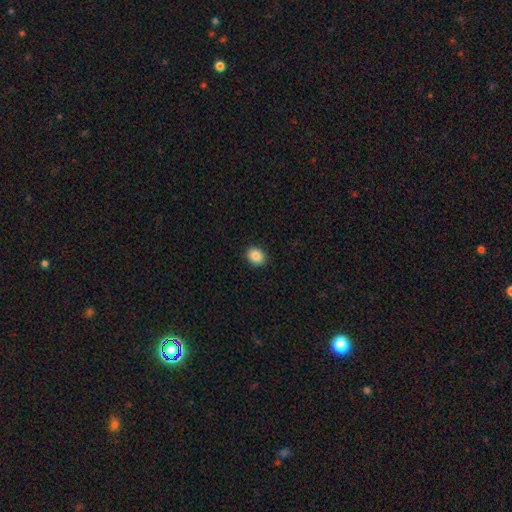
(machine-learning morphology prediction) A smooth galaxy with no disk features (86%) that is in between round and cigar-shaped (52%).

Vote fractions:
- Smooth or featured? smooth: 86% / star or artifact: 8% / featured or disk: 5%
- How rounded? in between: 52% / round: 47% / cigar-shaped: 1%
- Merging? none: 91% / minor disturbance: 7% / major disturbance: 2% / merger: 1%